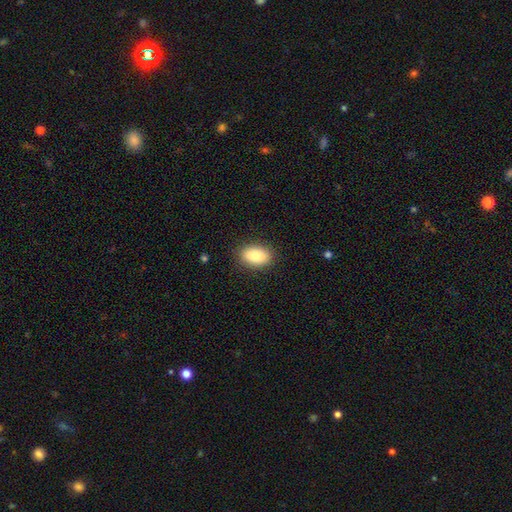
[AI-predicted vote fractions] smooth-or-featured: smooth: 85% | featured or disk: 8% | star or artifact: 7%
  how-rounded: in between: 88% | round: 9% | cigar-shaped: 2%
  merging: none: 87% | minor disturbance: 9% | major disturbance: 2% | merger: 1%